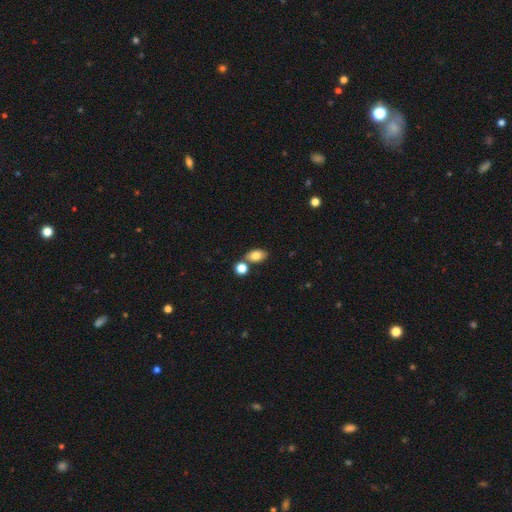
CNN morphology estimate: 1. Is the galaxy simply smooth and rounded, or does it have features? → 80% smooth, 11% featured or disk, 9% star or artifact.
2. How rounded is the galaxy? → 85% in between, 13% round, 2% cigar-shaped.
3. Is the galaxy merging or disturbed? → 70% none, 16% merger, 11% minor disturbance, 3% major disturbance.